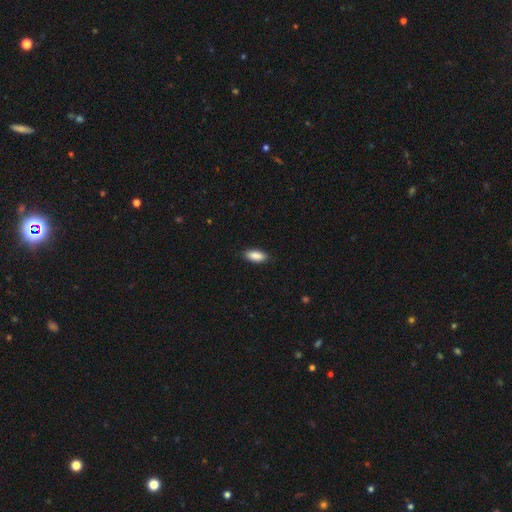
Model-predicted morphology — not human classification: type=smooth (89%); roundness=in between (84%); merging=none (87%).